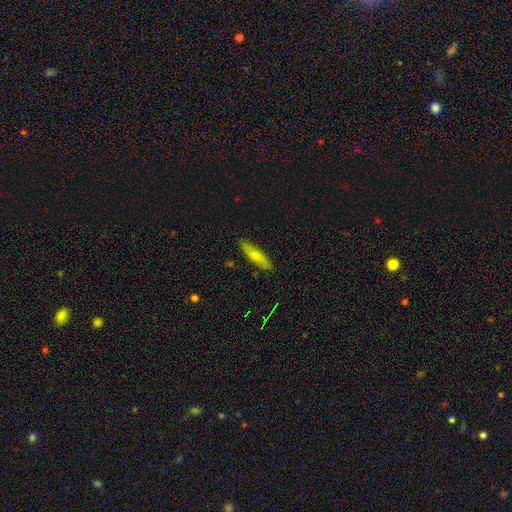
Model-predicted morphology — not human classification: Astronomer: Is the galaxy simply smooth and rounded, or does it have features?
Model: smooth — 73%.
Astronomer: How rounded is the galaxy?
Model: cigar-shaped — 73%.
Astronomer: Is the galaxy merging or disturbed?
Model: none — 84%.